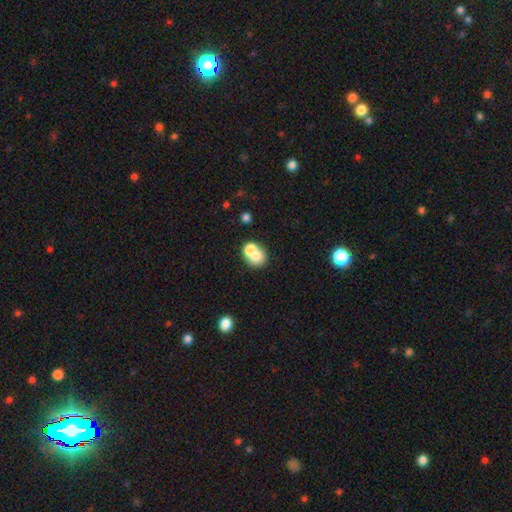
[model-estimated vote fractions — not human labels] smooth_or_featured: smooth (p=0.72) [alt: featured or disk p=0.18]
how_rounded: round (p=0.60) [alt: in between p=0.39]
merging: merger (p=0.58) [alt: none p=0.30]